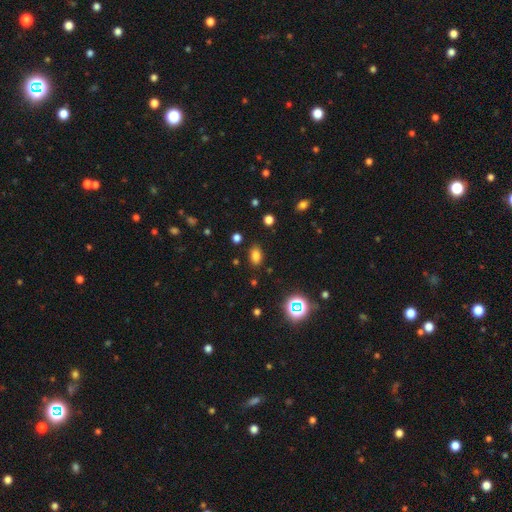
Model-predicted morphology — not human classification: smooth-or-featured: smooth: 78% | star or artifact: 17% | featured or disk: 5%
  how-rounded: in between: 85% | round: 13% | cigar-shaped: 2%
  merging: none: 84% | minor disturbance: 11% | major disturbance: 3% | merger: 2%